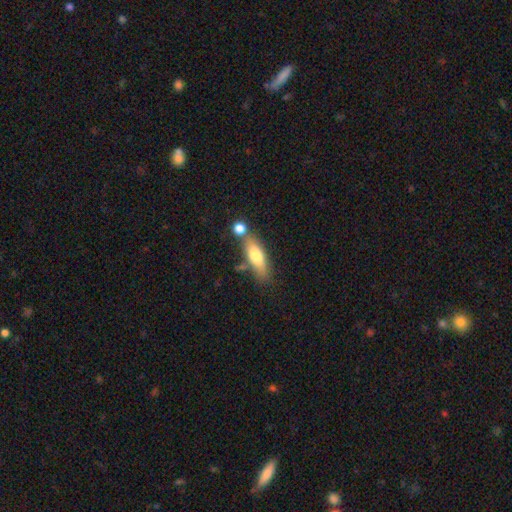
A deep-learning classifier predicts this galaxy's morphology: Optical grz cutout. It shows a smooth galaxy with no disk features (69%) that is in between round and cigar-shaped (53%). Merging: none (57%).